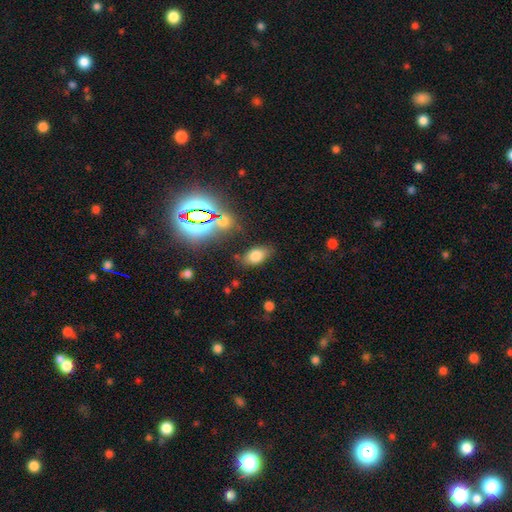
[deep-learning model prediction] This appears to be a smooth galaxy with no disk features (74%) that is in between round and cigar-shaped (87%). Merging: none (78%).